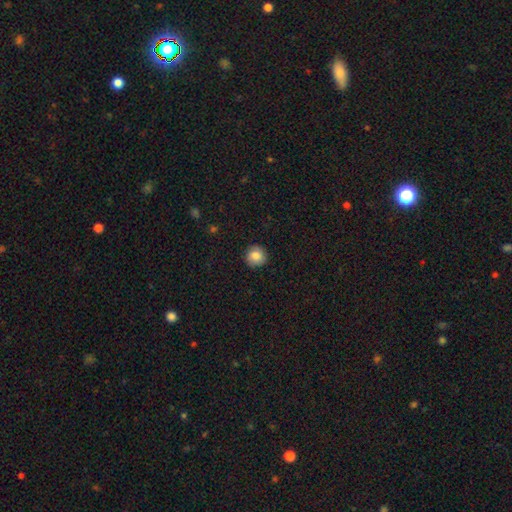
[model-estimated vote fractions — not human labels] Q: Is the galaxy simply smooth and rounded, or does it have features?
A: smooth — 83%.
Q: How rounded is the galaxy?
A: round — 93%.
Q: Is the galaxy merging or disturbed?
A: none — 90%.